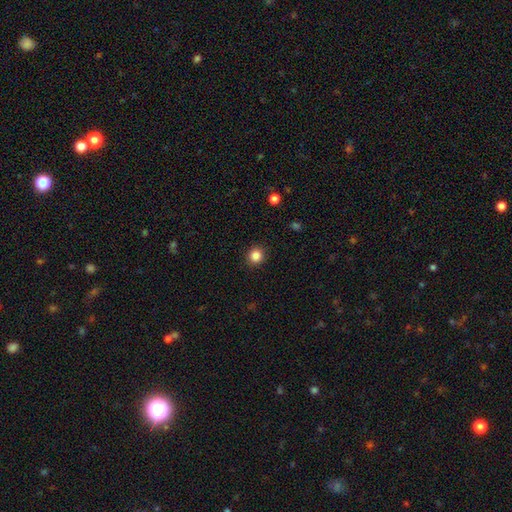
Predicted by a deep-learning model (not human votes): smooth 85%, star or artifact 11%, featured or disk 4%. Down the decision tree: how rounded — round (90%); merging — none (92%).